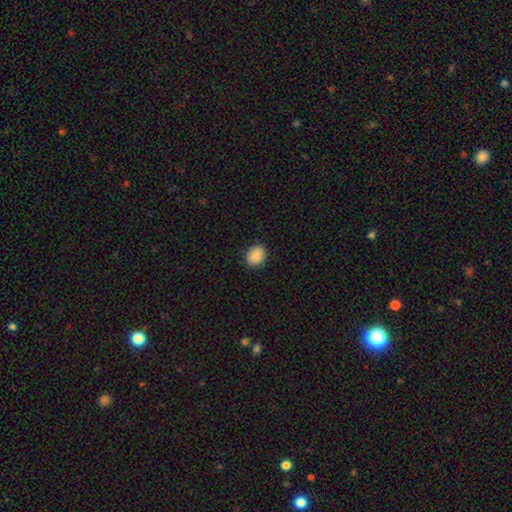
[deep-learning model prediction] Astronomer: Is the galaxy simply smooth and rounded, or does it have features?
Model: smooth — 90%.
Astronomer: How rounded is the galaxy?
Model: round — 52% (runner-up: in between, 48%).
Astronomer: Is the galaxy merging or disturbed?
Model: none — 87%.